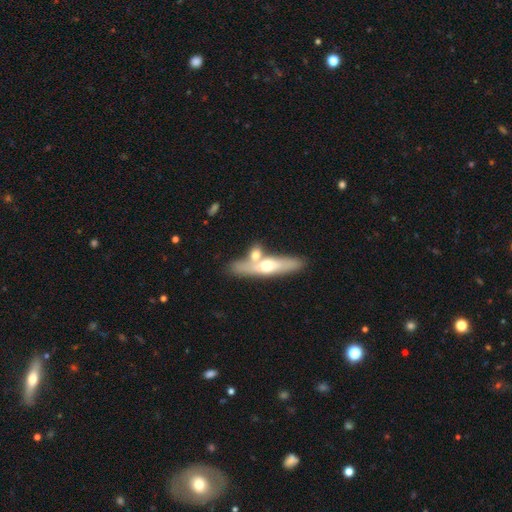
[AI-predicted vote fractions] This appears to be a featured or disk galaxy (50%). Merging: none (46%).